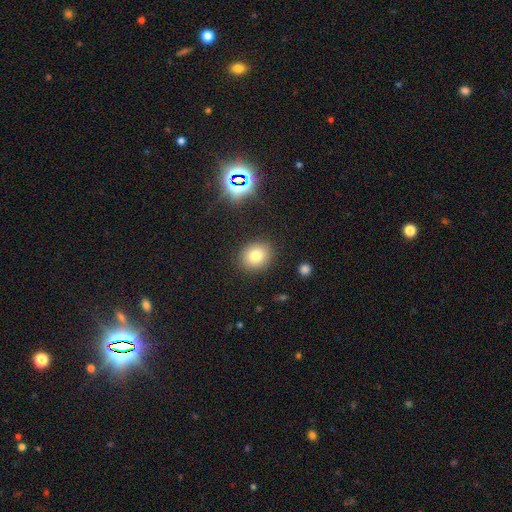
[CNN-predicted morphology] A smooth galaxy with no disk features (77%) that is round (67%).

Vote fractions:
- Smooth or featured? smooth: 77% / star or artifact: 13% / featured or disk: 10%
- How rounded? round: 67% / in between: 32% / cigar-shaped: 1%
- Merging? none: 88% / minor disturbance: 8% / major disturbance: 3% / merger: 2%